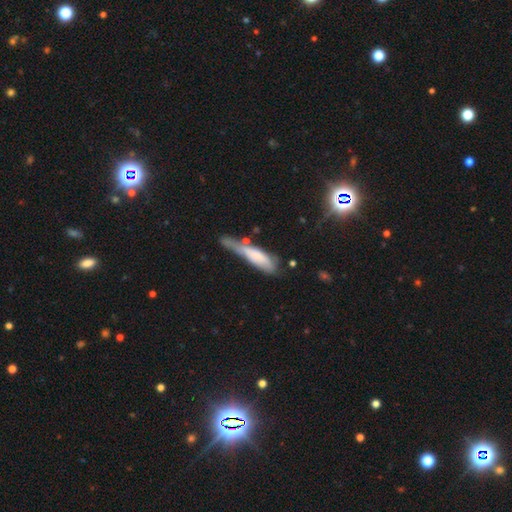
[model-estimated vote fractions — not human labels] smooth-or-featured: smooth: 63% | featured or disk: 29% | star or artifact: 7%
  how-rounded: cigar-shaped: 72% | in between: 26% | round: 2%
  merging: minor disturbance: 35% | none: 30% | major disturbance: 22% | merger: 13%